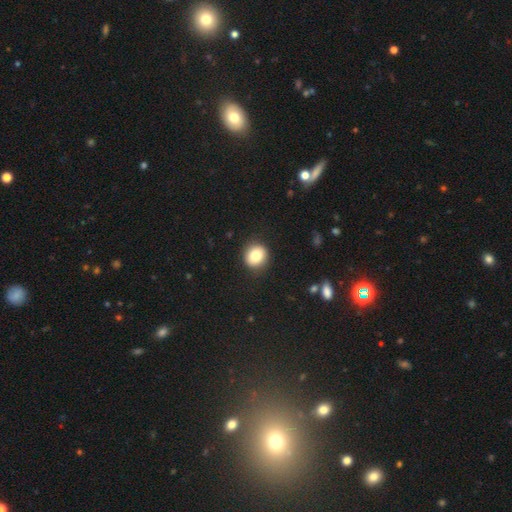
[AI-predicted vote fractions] Smooth or featured?
  - smooth: 82% *
  - featured or disk: 9%
  - star or artifact: 9%
How rounded?
  - round: 83% *
  - in between: 16%
  - cigar-shaped: 1%
Merging?
  - none: 89% *
  - minor disturbance: 7%
  - major disturbance: 2%
  - merger: 1%